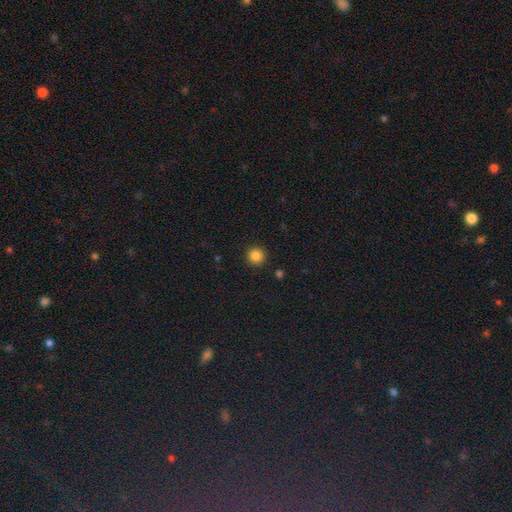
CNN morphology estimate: smooth 85%, star or artifact 11%, featured or disk 3%. Down the decision tree: how rounded — round (95%); merging — none (92%).